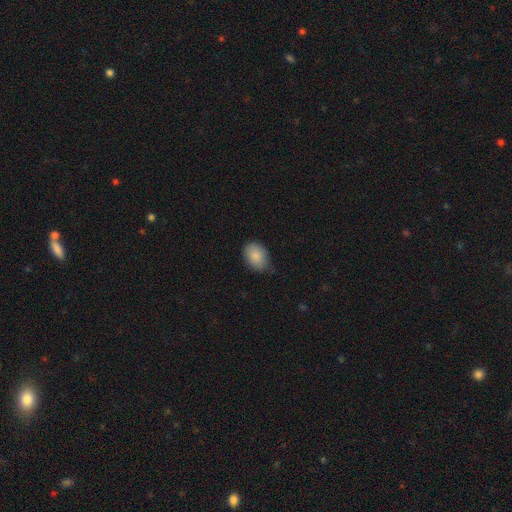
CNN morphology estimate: type=smooth (88%); roundness=in between (79%); merging=none (72%).